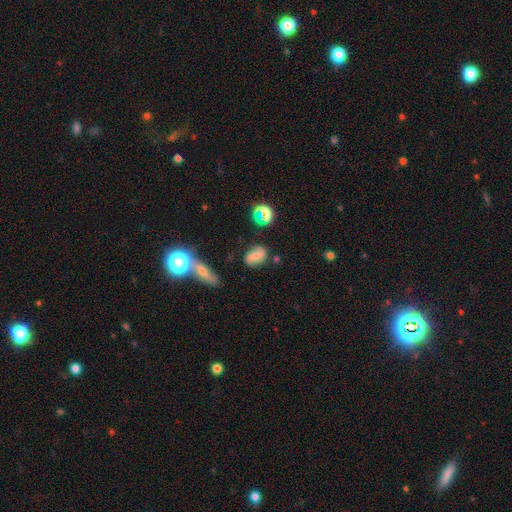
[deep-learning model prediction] A smooth galaxy with no disk features (51%) that is in between round and cigar-shaped (76%). Merging: none (72%).